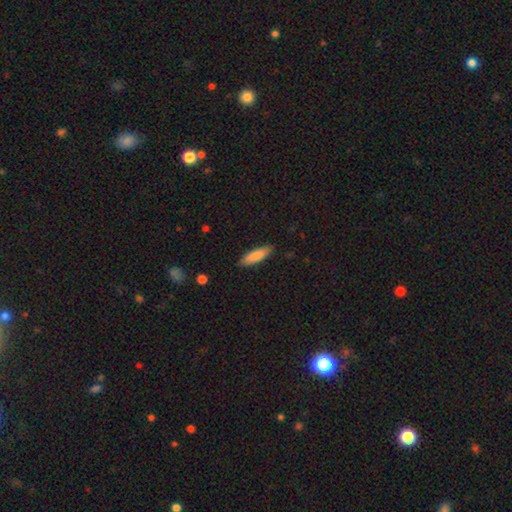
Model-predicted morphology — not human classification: smooth_or_featured: smooth (p=0.86) [alt: featured or disk p=0.09]
how_rounded: cigar-shaped (p=0.62) [alt: in between p=0.37]
merging: none (p=0.88) [alt: minor disturbance p=0.09]